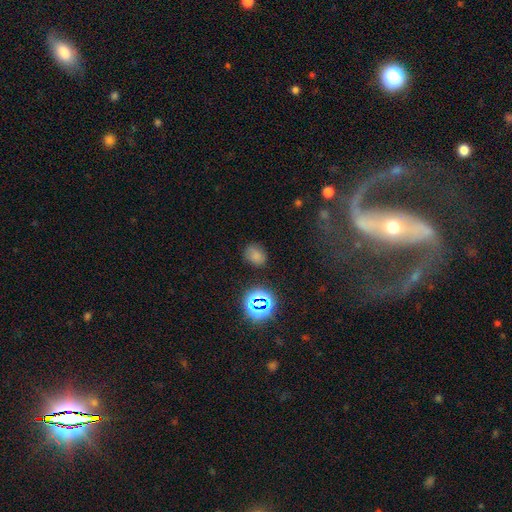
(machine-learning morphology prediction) Smooth or featured: smooth — 69% (star or artifact — 24%)
How rounded: in between — 59% (round — 40%)
Merging: none — 74% (minor disturbance — 18%)